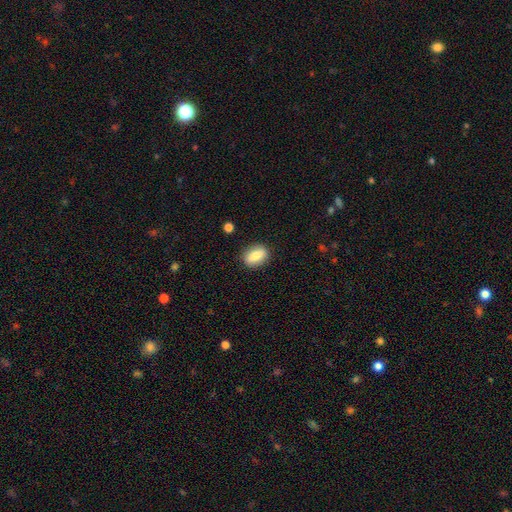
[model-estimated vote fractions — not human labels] smooth_or_featured: smooth (p=0.80) [alt: featured or disk p=0.13]
how_rounded: in between (p=0.78) [alt: round p=0.19]
merging: none (p=0.86) [alt: minor disturbance p=0.10]